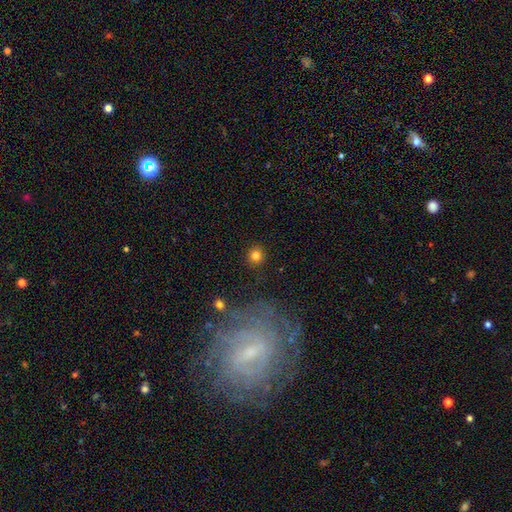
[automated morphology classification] type=smooth (82%); roundness=round (92%); merging=none (89%).